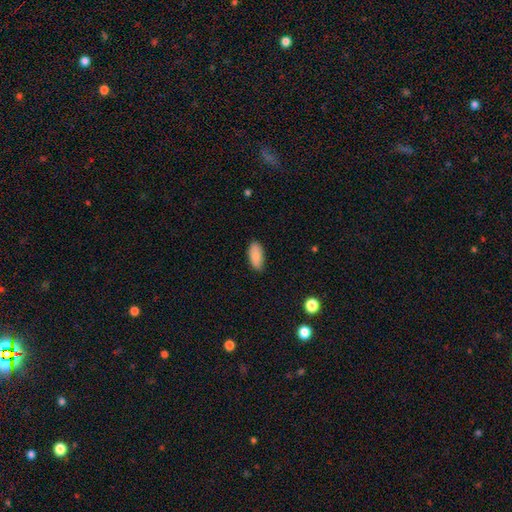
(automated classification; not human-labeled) Smooth or featured: smooth — 87% (featured or disk — 7%)
How rounded: in between — 90% (cigar-shaped — 8%)
Merging: none — 82% (minor disturbance — 14%)